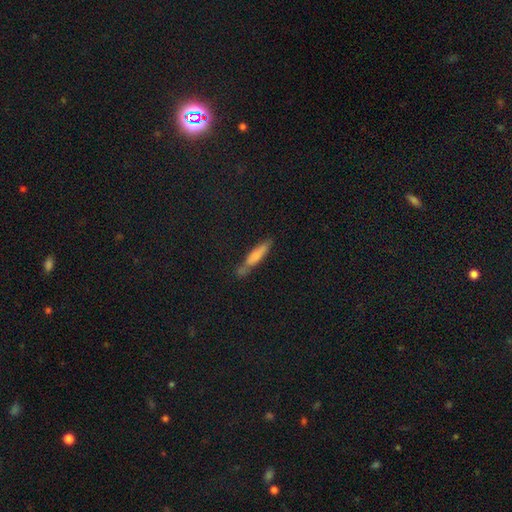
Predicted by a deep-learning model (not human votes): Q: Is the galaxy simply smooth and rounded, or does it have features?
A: smooth — 69%.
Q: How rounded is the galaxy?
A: cigar-shaped — 85%.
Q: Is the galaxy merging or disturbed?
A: none — 64%.